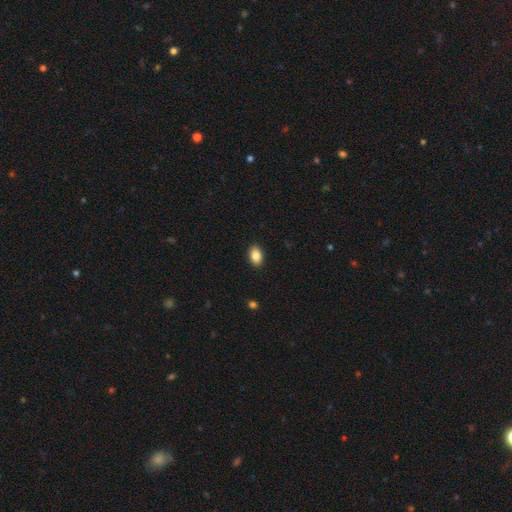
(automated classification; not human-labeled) Smooth or featured? smooth (86%)
How rounded? in between (88%)
Merging? none (90%)